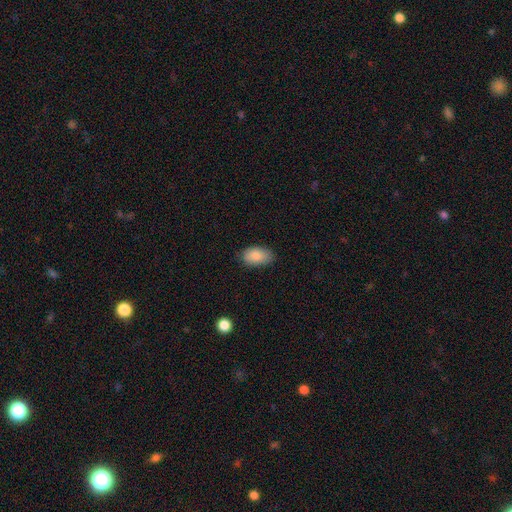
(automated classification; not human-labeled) The model was most divided on "merging": none: 82%, minor disturbance: 14%, major disturbance: 3%, merger: 1%. More confident: how rounded — in between (93%); smooth or featured — smooth (86%).